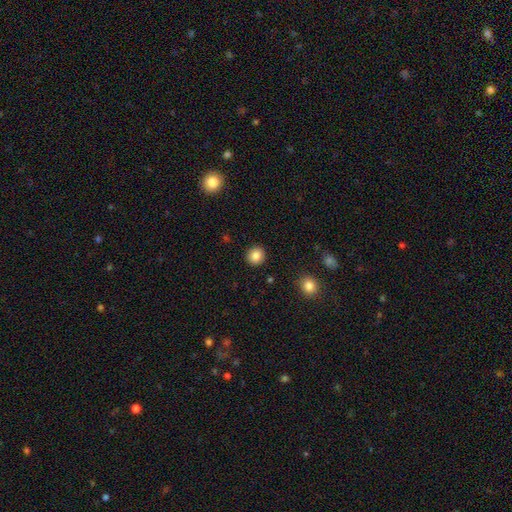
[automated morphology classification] A smooth galaxy with no disk features (85%) that is round (92%). Merging: none (92%).